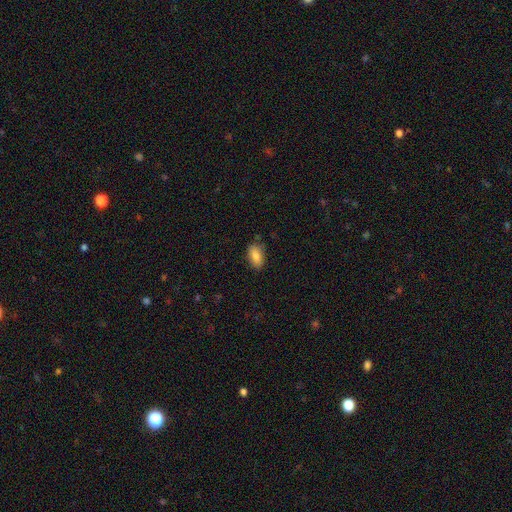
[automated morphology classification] Q: Smooth or featured?
A: smooth (82%); runner-up: featured or disk (11%)
Q: How rounded?
A: in between (90%); runner-up: round (5%)
Q: Merging?
A: none (81%); runner-up: minor disturbance (14%)